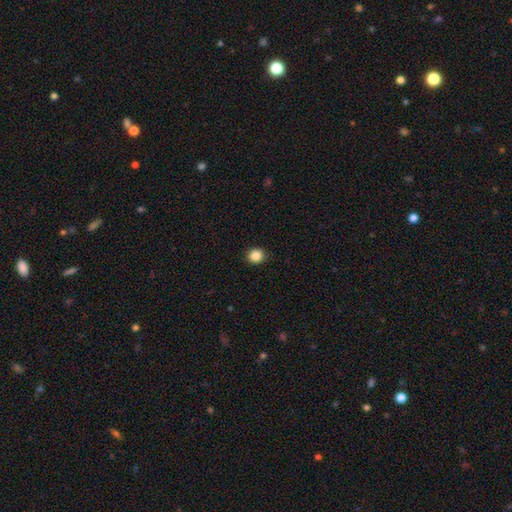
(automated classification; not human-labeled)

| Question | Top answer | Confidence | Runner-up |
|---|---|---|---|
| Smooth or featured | smooth | 87% | star or artifact (10%) |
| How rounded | round | 85% | in between (14%) |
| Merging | none | 91% | minor disturbance (6%) |